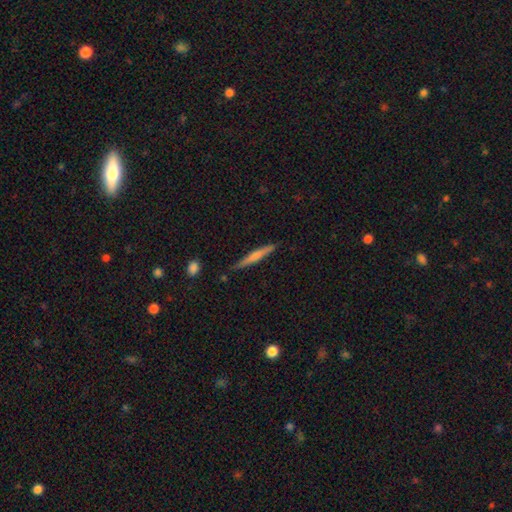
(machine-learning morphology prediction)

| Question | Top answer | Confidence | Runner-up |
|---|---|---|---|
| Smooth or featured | smooth | 56% | featured or disk (38%) |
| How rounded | cigar-shaped | 95% | in between (4%) |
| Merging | none | 84% | minor disturbance (12%) |